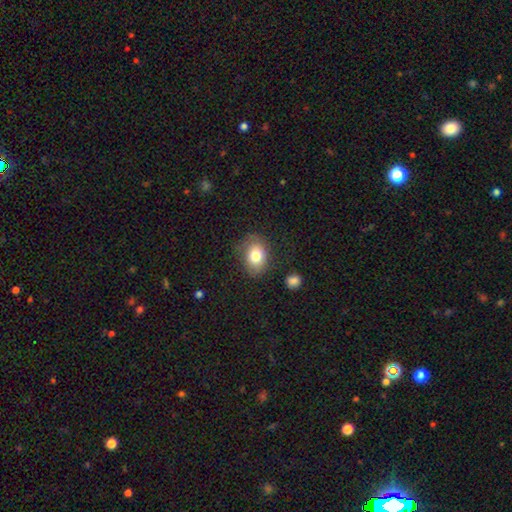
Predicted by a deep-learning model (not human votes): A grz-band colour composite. It shows a smooth galaxy with no disk features (78%) that is in between round and cigar-shaped (72%). Merging: none (74%).